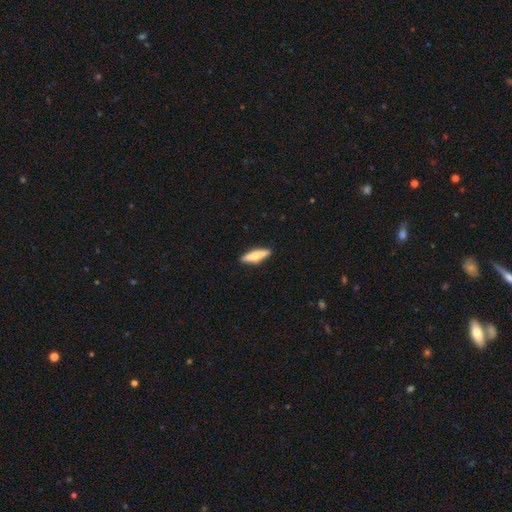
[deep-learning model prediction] Q: Smooth or featured?
A: smooth (61%); runner-up: featured or disk (34%)
Q: How rounded?
A: cigar-shaped (76%); runner-up: in between (22%)
Q: Merging?
A: none (91%); runner-up: minor disturbance (7%)